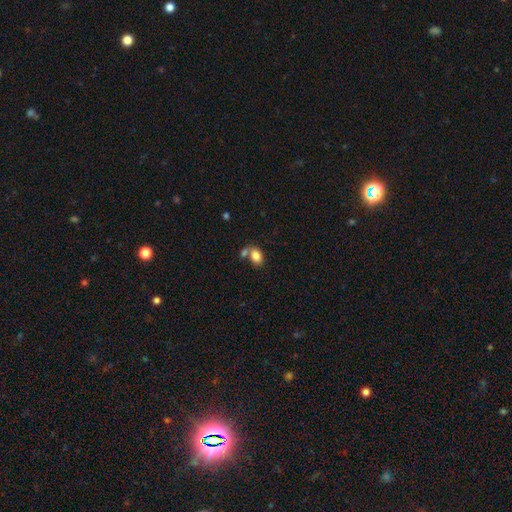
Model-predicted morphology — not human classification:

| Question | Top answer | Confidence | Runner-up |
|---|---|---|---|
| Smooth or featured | smooth | 84% | star or artifact (9%) |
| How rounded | in between | 82% | round (17%) |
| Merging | none | 47% | merger (35%) |